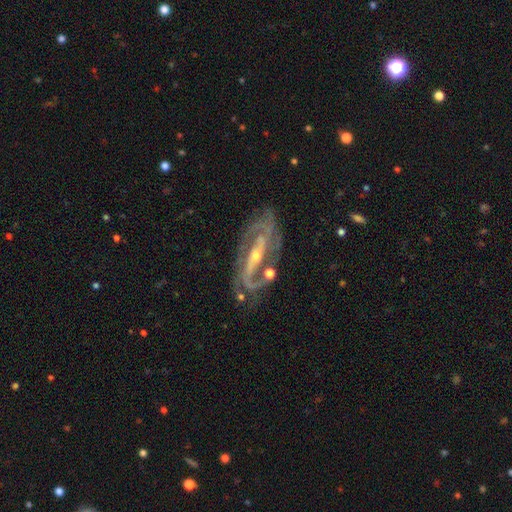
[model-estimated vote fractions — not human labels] smooth_or_featured: featured or disk (p=0.88) [alt: star or artifact p=0.07]
disk_edge_on: no (p=0.89) [alt: yes p=0.11]
bar: strong (p=0.54) [alt: weak p=0.28]
has_spiral_arms: yes (p=0.94) [alt: no p=0.06]
spiral_winding: medium (p=0.43) [alt: tight p=0.39]
spiral_arm_count: 2 (p=0.70) [alt: can't tell p=0.12]
bulge_size: small (p=0.63) [alt: moderate p=0.33]
merging: none (p=0.73) [alt: minor disturbance p=0.16]